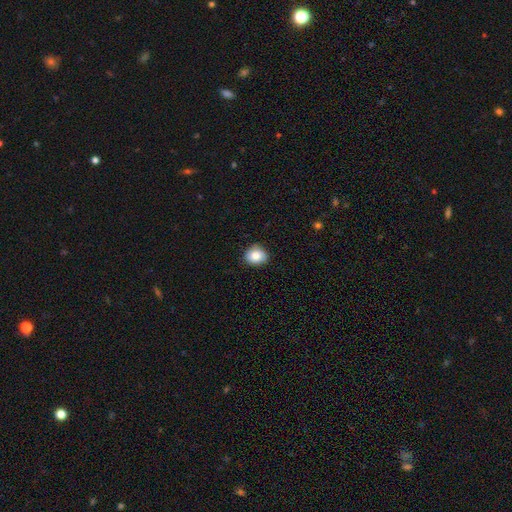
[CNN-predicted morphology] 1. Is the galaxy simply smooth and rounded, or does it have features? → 82% smooth, 9% star or artifact, 9% featured or disk.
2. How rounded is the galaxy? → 65% round, 34% in between, 1% cigar-shaped.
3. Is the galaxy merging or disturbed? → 82% none, 15% minor disturbance, 2% major disturbance, 1% merger.